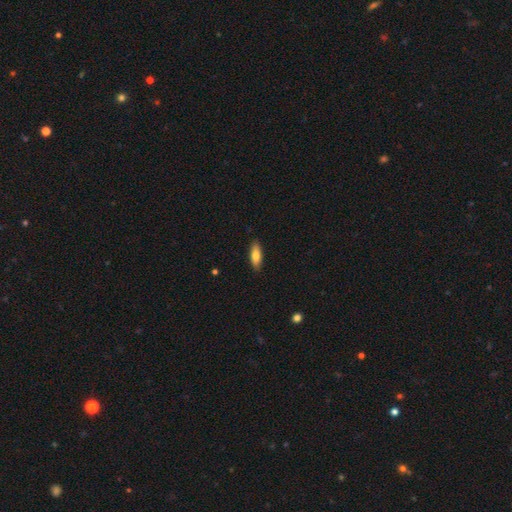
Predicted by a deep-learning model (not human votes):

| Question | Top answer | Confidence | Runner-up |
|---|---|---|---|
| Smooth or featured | smooth | 79% | featured or disk (15%) |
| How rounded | in between | 68% | cigar-shaped (30%) |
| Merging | none | 88% | minor disturbance (9%) |